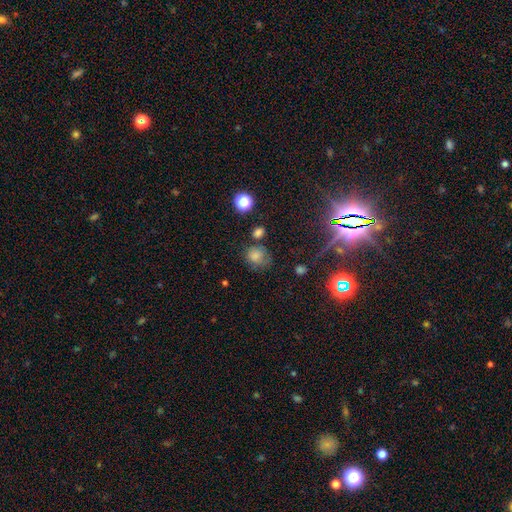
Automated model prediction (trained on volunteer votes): This is likely a smooth galaxy (75%). How rounded: likely round (67%). Merging: possibly none (56%).